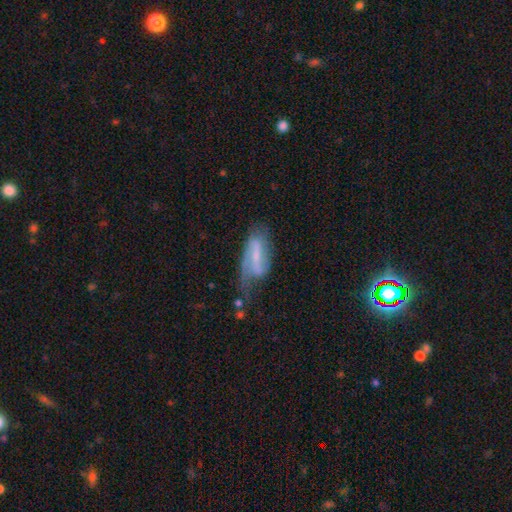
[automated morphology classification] Smooth or featured? featured or disk (70%)
Edge-on disk? no (90%)
Bar? strong (45%)
Spiral arms? yes (85%)
Spiral winding? loose (42%)
Spiral arm count? 2 (68%)
Bulge size? small (53%)
Merging? none (42%)